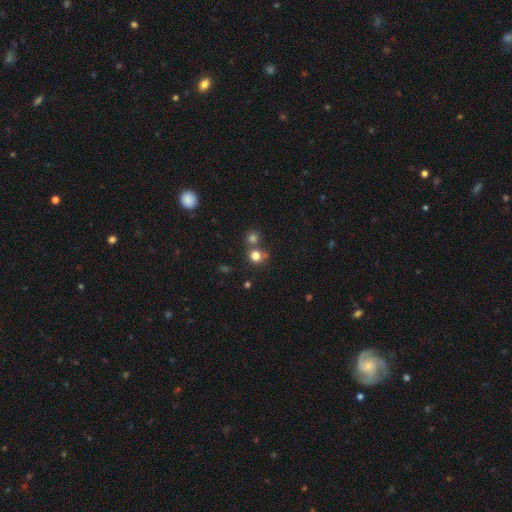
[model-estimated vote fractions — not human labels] The model was most divided on "merging": none: 61%, merger: 27%, minor disturbance: 9%, major disturbance: 4%. More confident: how rounded — round (87%); smooth or featured — smooth (77%).